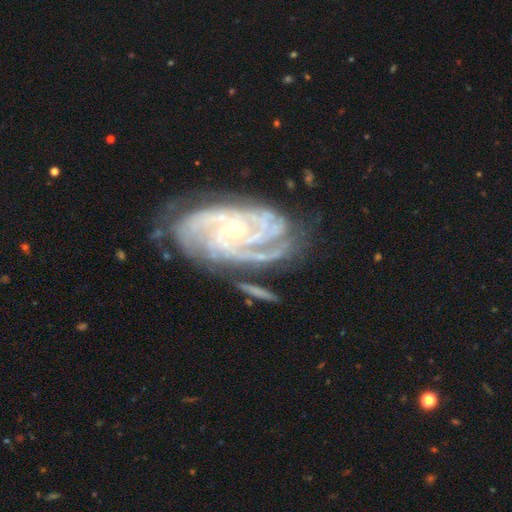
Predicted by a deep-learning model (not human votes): Smooth or featured? featured or disk (91%)
Edge-on disk? no (96%)
Bar? no (70%)
Spiral arms? yes (98%)
Spiral winding? tight (71%)
Spiral arm count? 4 (30%)
Bulge size? small (64%)
Merging? none (70%)